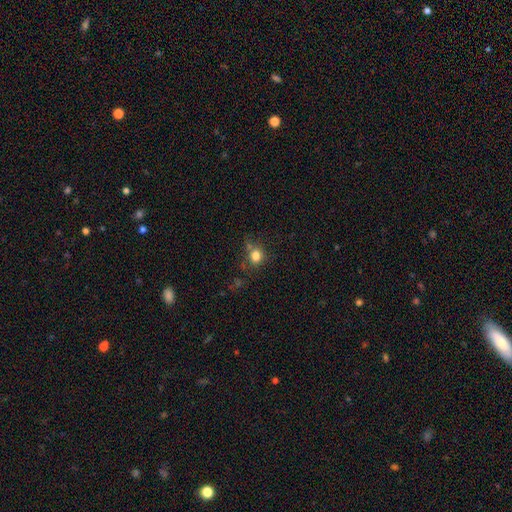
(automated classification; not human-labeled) Smooth or featured? Predicted: smooth (p=0.79). How rounded? Predicted: round (p=0.76). Merging? Predicted: none (p=0.64).